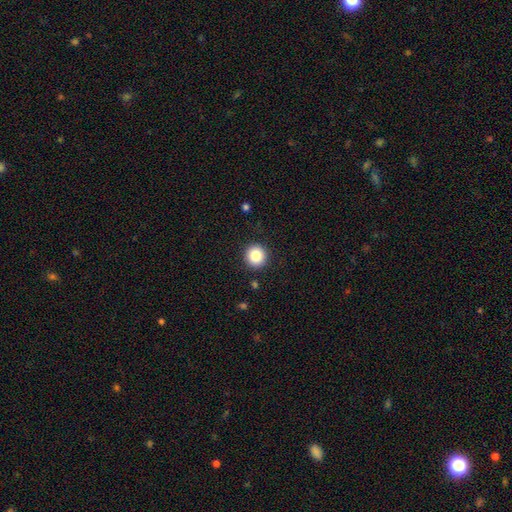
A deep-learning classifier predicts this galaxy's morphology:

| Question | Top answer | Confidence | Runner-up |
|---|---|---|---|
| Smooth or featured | smooth | 85% | star or artifact (10%) |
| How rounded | round | 94% | in between (5%) |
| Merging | none | 91% | minor disturbance (6%) |